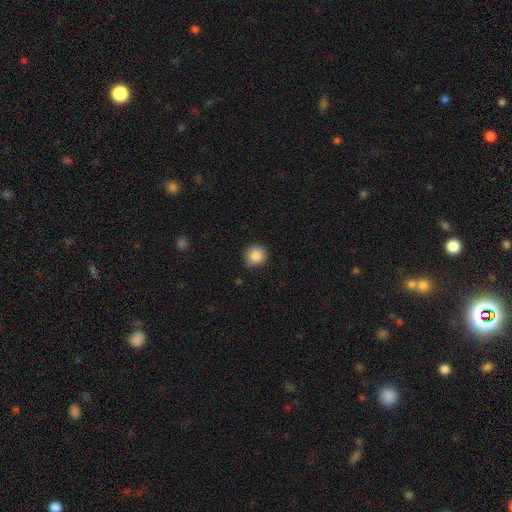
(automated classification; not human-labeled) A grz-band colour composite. It shows a smooth galaxy with no disk features (87%) that is round (90%). Merging: none (85%).